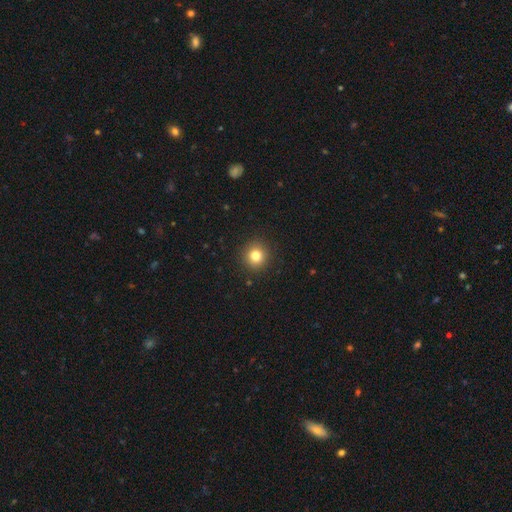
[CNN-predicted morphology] A smooth galaxy with no disk features (80%) that is round (92%).

Vote fractions:
- Smooth or featured? smooth: 80% / star or artifact: 13% / featured or disk: 7%
- How rounded? round: 92% / in between: 7% / cigar-shaped: 1%
- Merging? none: 92% / minor disturbance: 5% / major disturbance: 2% / merger: 1%